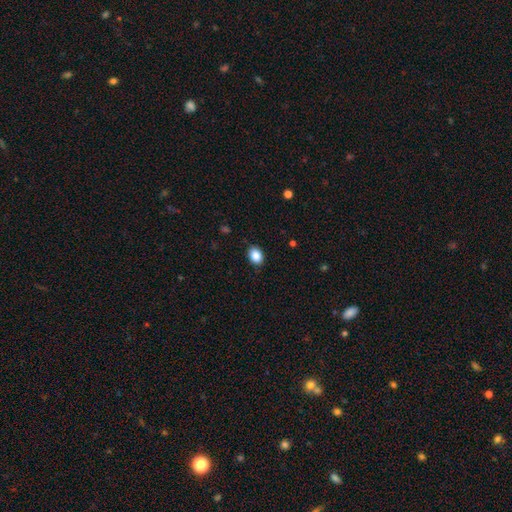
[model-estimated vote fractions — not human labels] Q: Smooth or featured?
A: smooth (87%); runner-up: star or artifact (8%)
Q: How rounded?
A: in between (72%); runner-up: round (27%)
Q: Merging?
A: none (87%); runner-up: minor disturbance (10%)